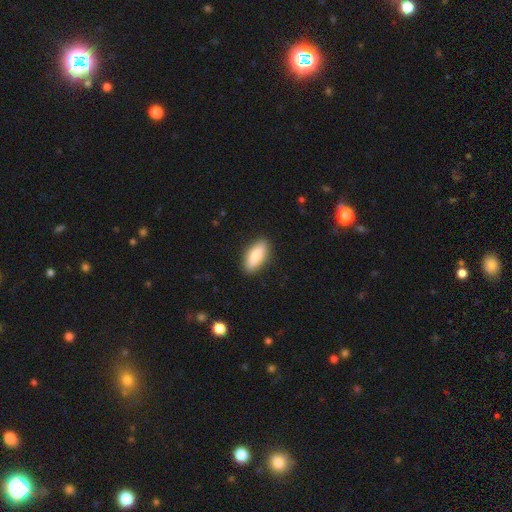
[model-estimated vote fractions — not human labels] Smooth or featured?
  - smooth: 83% *
  - featured or disk: 11%
  - star or artifact: 6%
How rounded?
  - in between: 82% *
  - cigar-shaped: 15%
  - round: 2%
Merging?
  - none: 89% *
  - minor disturbance: 8%
  - major disturbance: 2%
  - merger: 1%